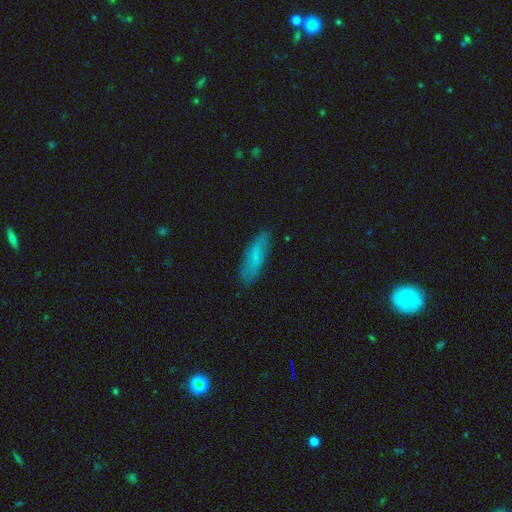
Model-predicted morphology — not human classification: Smooth or featured? Predicted: smooth (p=0.74). How rounded? Predicted: cigar-shaped (p=0.52). Merging? Predicted: none (p=0.81).